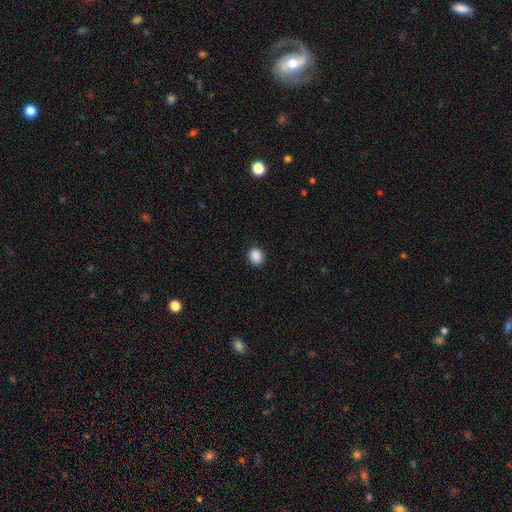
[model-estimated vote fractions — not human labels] Overall: smooth (89%). How rounded: round (59%; in between 40%). Merging: none (90%).